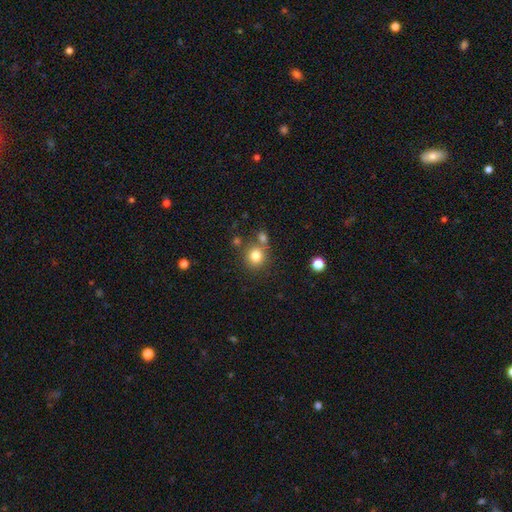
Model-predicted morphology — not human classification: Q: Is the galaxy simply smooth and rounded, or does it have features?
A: smooth — 80%.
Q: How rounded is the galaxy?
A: round — 88%.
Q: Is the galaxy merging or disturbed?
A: none — 69%.